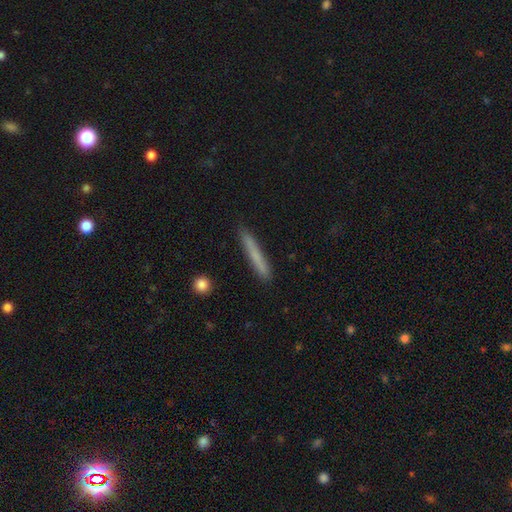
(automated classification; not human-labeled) The model was most divided on "smooth or featured": smooth: 71%, featured or disk: 22%, star or artifact: 7%. More confident: how rounded — cigar-shaped (96%); merging — none (89%).